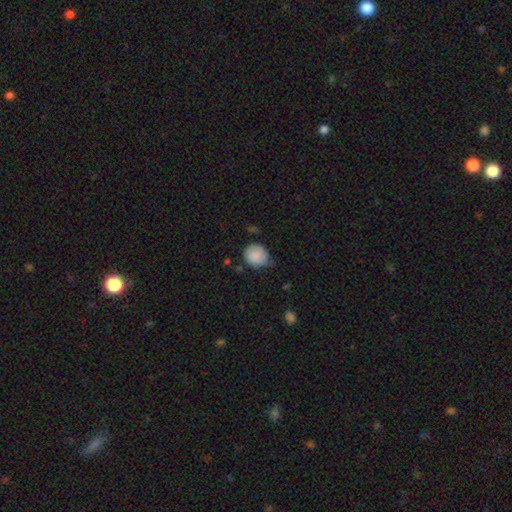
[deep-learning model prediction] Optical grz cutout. It shows a smooth galaxy with no disk features (86%) that is round (84%). Merging: none (61%).